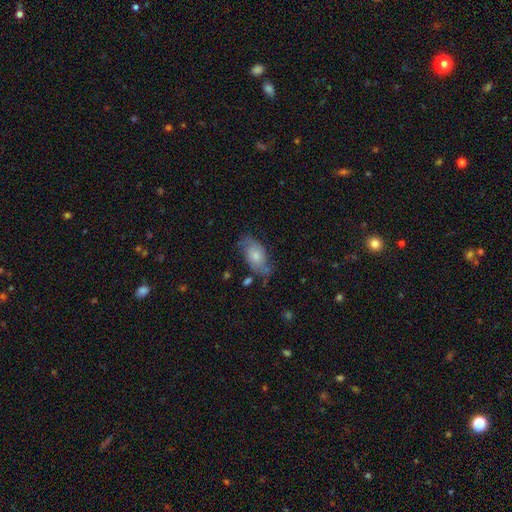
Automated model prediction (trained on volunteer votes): Smooth or featured? Predicted: smooth (p=0.52). How rounded? Predicted: in between (p=0.89). Merging? Predicted: none (p=0.58).